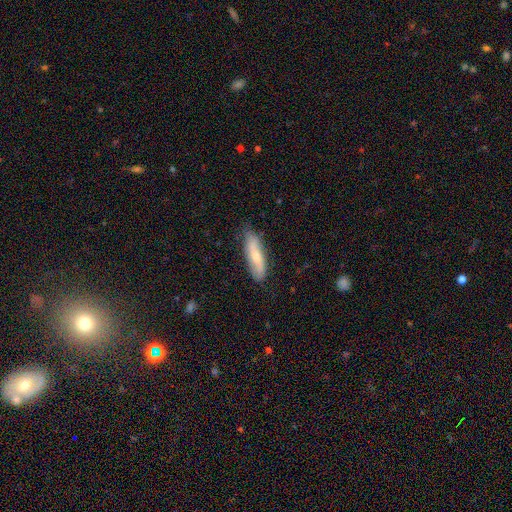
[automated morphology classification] smooth 55%, featured or disk 39%, star or artifact 6%. Down the decision tree: how rounded — cigar-shaped (59%); merging — none (76%).